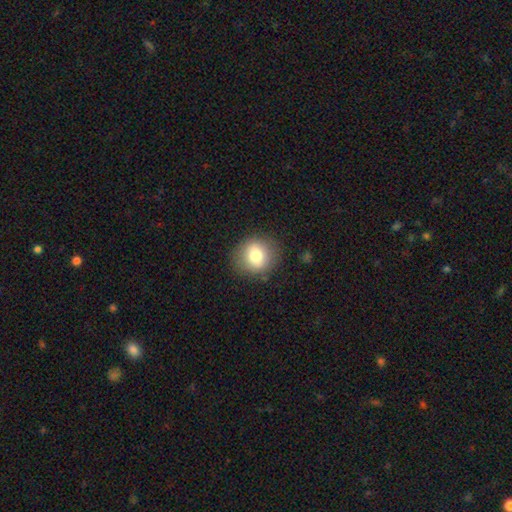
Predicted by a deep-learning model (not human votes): Smooth or featured? smooth (77%)
How rounded? round (84%)
Merging? none (85%)